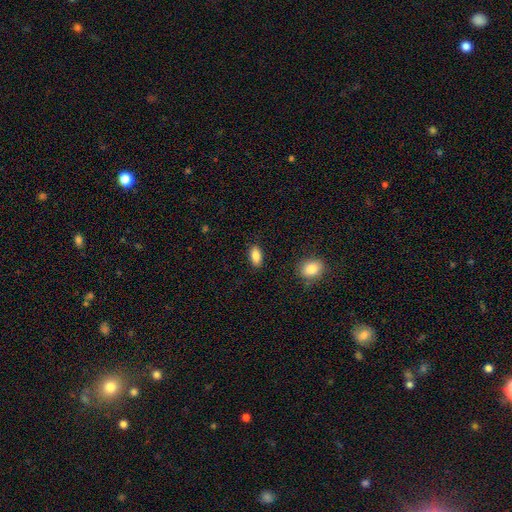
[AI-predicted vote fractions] Q: Smooth or featured?
A: smooth (87%); runner-up: star or artifact (7%)
Q: How rounded?
A: in between (91%); runner-up: cigar-shaped (5%)
Q: Merging?
A: none (87%); runner-up: minor disturbance (9%)